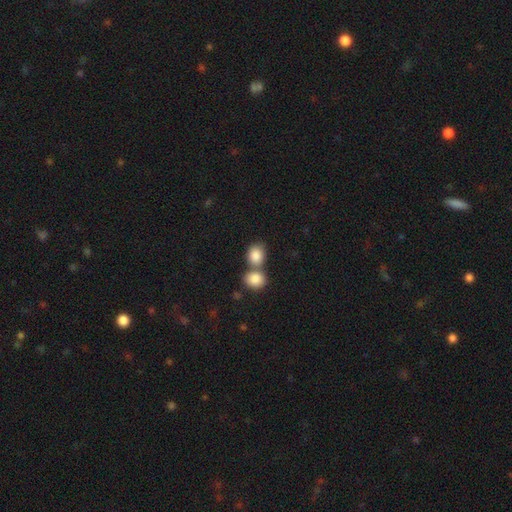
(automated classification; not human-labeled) Morphology: type=smooth (86%); roundness=round (58%); merging=merger (49%).